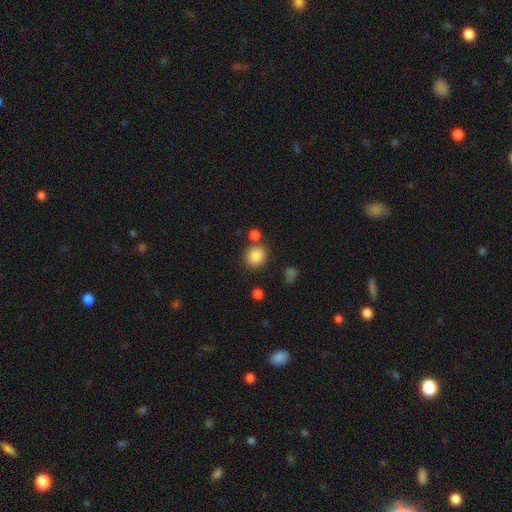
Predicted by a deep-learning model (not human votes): This appears to be a smooth galaxy with no disk features (85%) that is round (84%). Merging: none (75%).